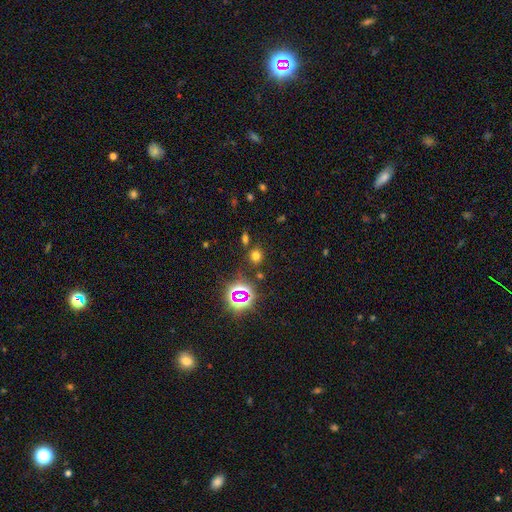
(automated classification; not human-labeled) smooth 61%, star or artifact 32%, featured or disk 7%. Down the decision tree: how rounded — round (80%); merging — none (79%).